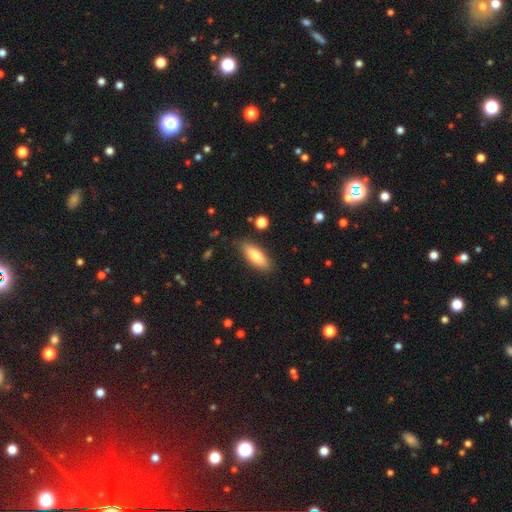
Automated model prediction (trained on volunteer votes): This appears to be a smooth galaxy with no disk features (77%) that is in between round and cigar-shaped (62%). Merging: none (85%).